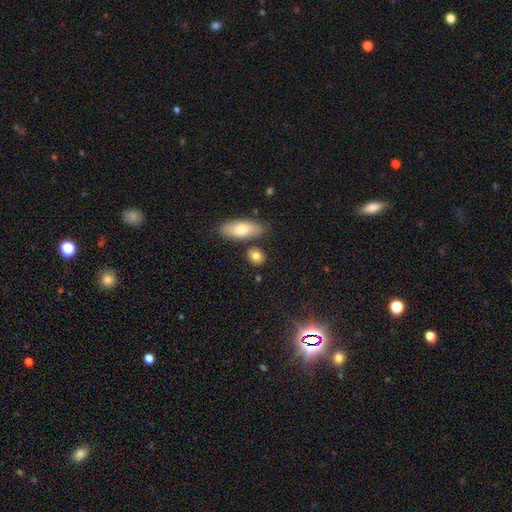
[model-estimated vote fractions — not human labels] Overall: smooth (81%). How rounded: round (49%; in between 45%). Merging: none (76%).